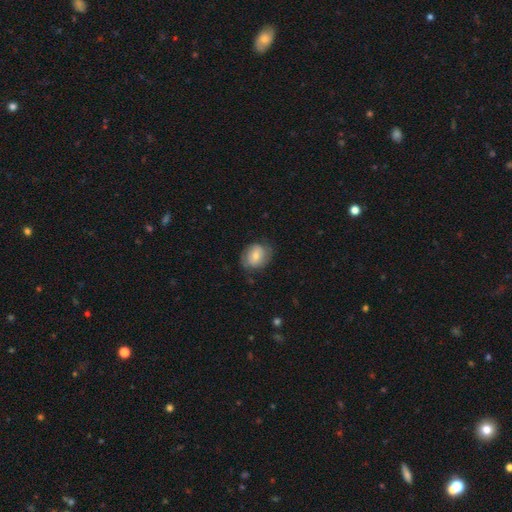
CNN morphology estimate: Smooth or featured? Predicted: smooth (p=0.60). How rounded? Predicted: round (p=0.57). Merging? Predicted: none (p=0.69).